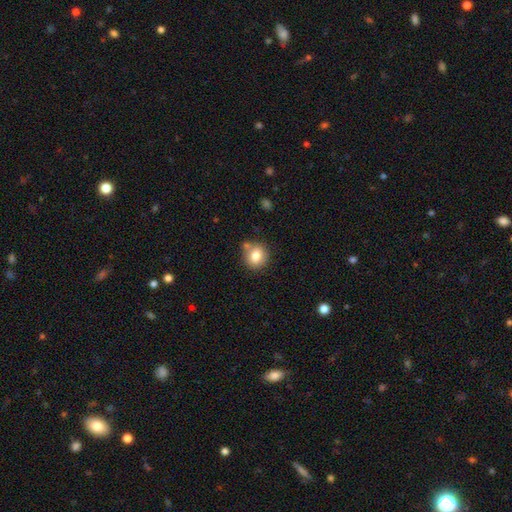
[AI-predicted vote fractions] Q: Smooth or featured?
A: smooth (81%); runner-up: star or artifact (10%)
Q: How rounded?
A: round (83%); runner-up: in between (17%)
Q: Merging?
A: none (70%); runner-up: minor disturbance (14%)